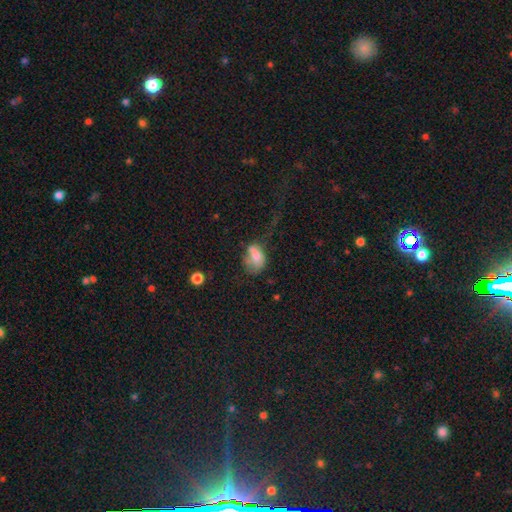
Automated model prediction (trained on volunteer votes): Q: Smooth or featured?
A: smooth (69%); runner-up: featured or disk (20%)
Q: How rounded?
A: in between (82%); runner-up: round (16%)
Q: Merging?
A: major disturbance (41%); runner-up: minor disturbance (26%)